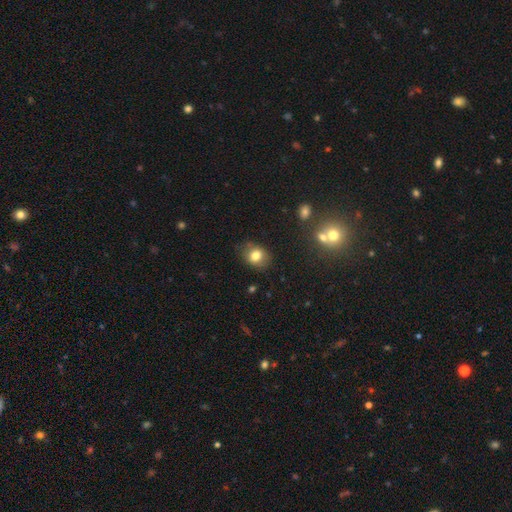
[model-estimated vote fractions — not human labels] The model was most divided on "how rounded": round: 53%, in between: 46%, cigar-shaped: 1%. More confident: smooth or featured — smooth (78%); merging — none (77%).